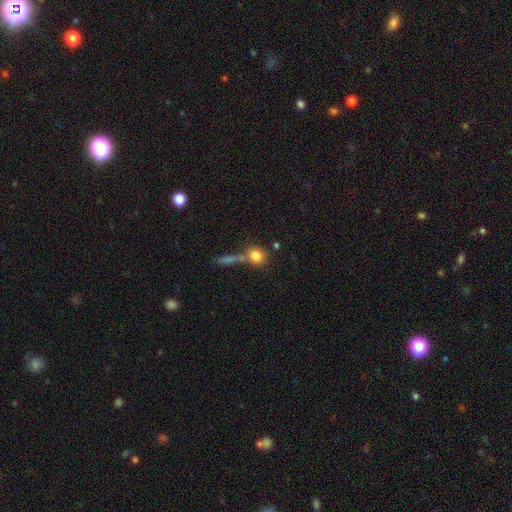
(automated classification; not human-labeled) Morphology: type=smooth (81%); roundness=round (76%); merging=none (56%).